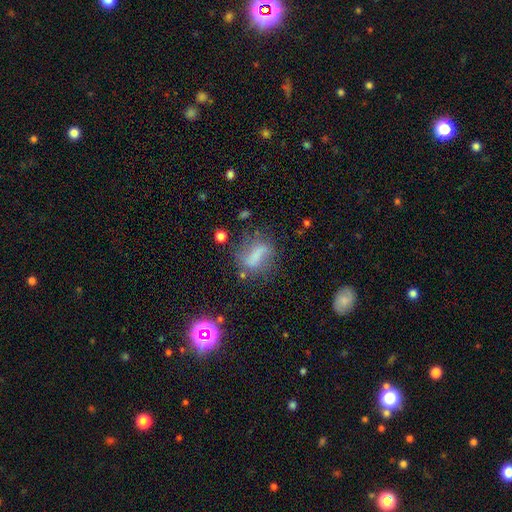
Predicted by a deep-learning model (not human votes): Overall: smooth (52%; featured or disk 32%). How rounded: in between (60%; cigar-shaped 25%). Merging: none (49%; minor disturbance 24%).